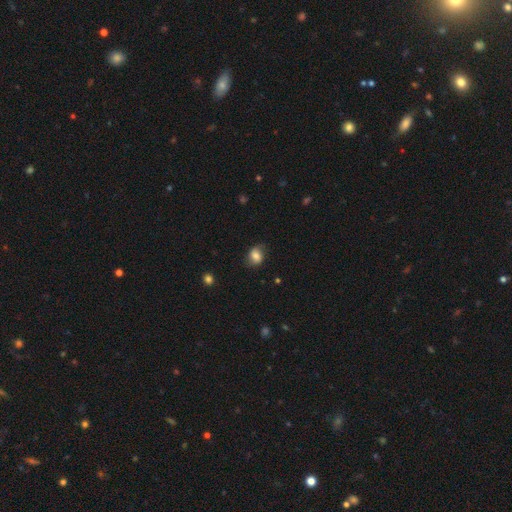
smooth-or-featured: smooth: 59% | featured or disk: 36% | star or artifact: 5%
  how-rounded: in between: 52% | round: 48% | cigar-shaped: 0%
  merging: none: 54% | minor disturbance: 41% | major disturbance: 3% | merger: 3%